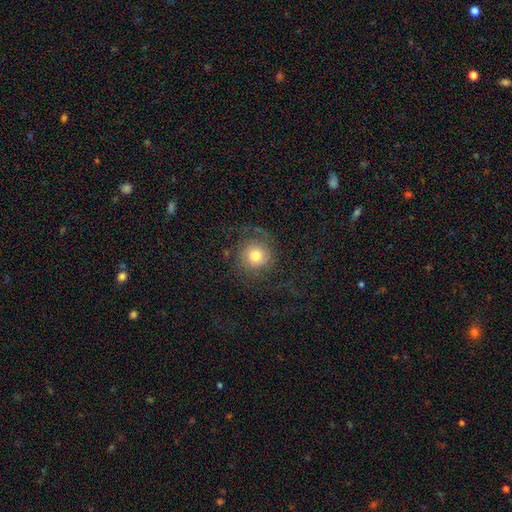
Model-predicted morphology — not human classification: Smooth or featured?
  - featured or disk: 47% *
  - smooth: 42%
  - star or artifact: 11%
Merging?
  - none: 66% *
  - major disturbance: 19%
  - minor disturbance: 13%
  - merger: 2%